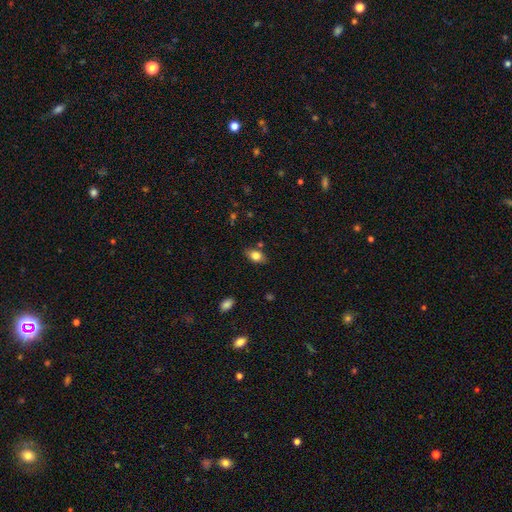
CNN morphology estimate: Q: Smooth or featured?
A: smooth (78%); runner-up: featured or disk (13%)
Q: How rounded?
A: in between (83%); runner-up: round (13%)
Q: Merging?
A: none (78%); runner-up: minor disturbance (15%)